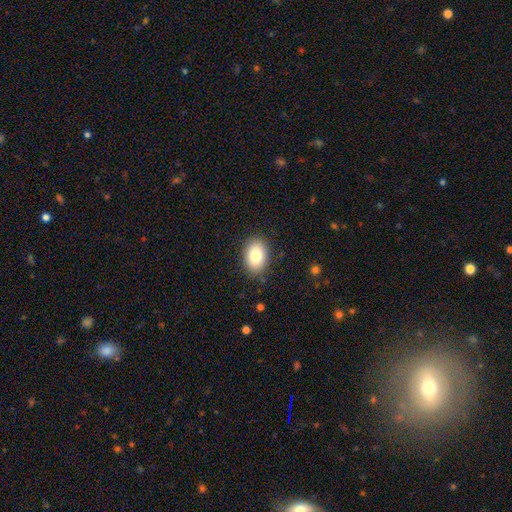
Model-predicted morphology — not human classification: The model was most divided on "how rounded": in between: 84%, round: 15%, cigar-shaped: 1%. More confident: merging — none (87%); smooth or featured — smooth (81%).